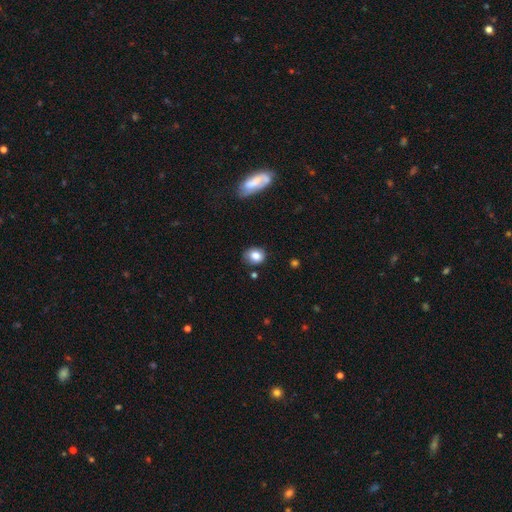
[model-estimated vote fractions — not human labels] Smooth or featured? smooth (82%)
How rounded? round (61%)
Merging? none (74%)